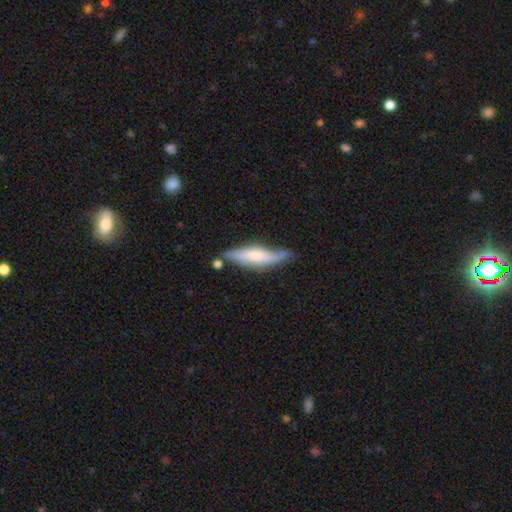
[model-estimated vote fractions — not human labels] This appears to be a smooth galaxy with no disk features (48%). Merging: none (54%).